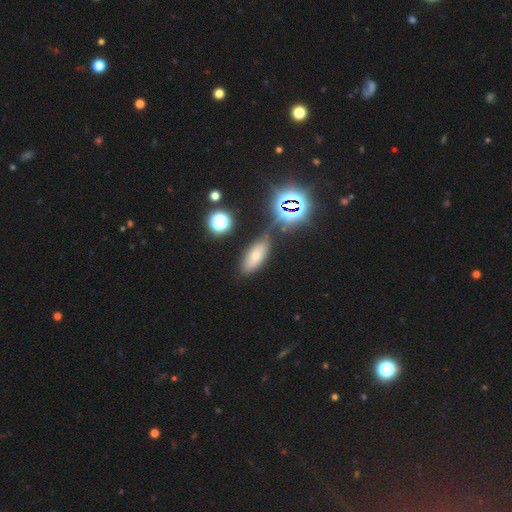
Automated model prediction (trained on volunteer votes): This appears to be a smooth galaxy with no disk features (59%) that is in between round and cigar-shaped (78%). Merging: none (73%).